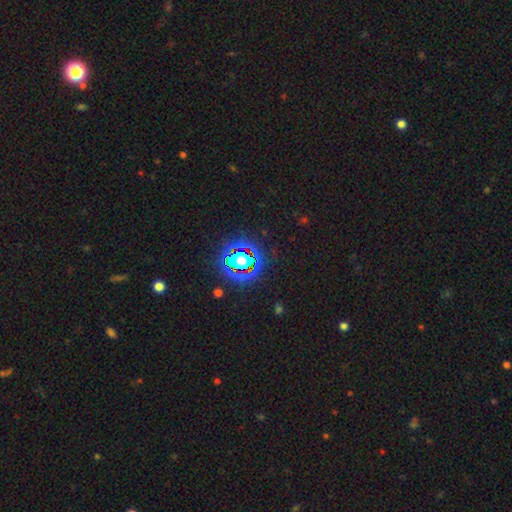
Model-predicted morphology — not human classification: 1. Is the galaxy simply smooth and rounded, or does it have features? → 82% star or artifact, 12% smooth, 7% featured or disk.